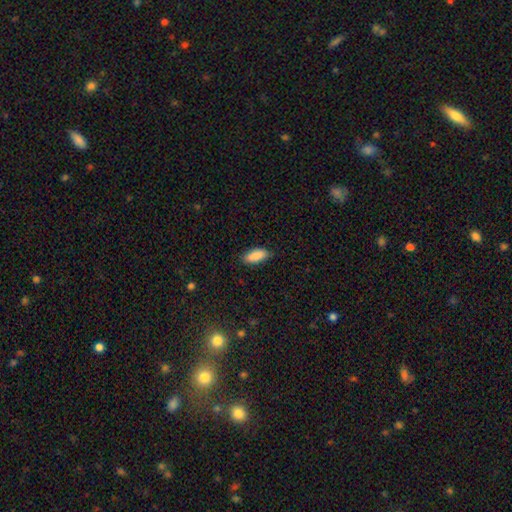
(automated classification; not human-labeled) Smooth or featured? Predicted: smooth (p=0.88). How rounded? Predicted: in between (p=0.82). Merging? Predicted: none (p=0.85).